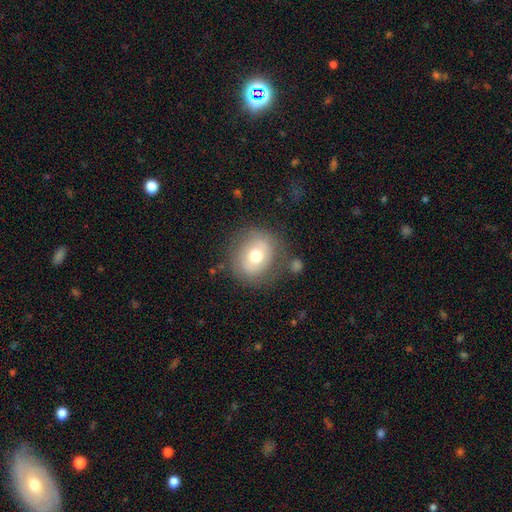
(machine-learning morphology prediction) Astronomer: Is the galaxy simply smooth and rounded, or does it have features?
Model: smooth — 63%.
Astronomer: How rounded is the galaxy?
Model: round — 76%.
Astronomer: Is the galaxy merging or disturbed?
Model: none — 73%.